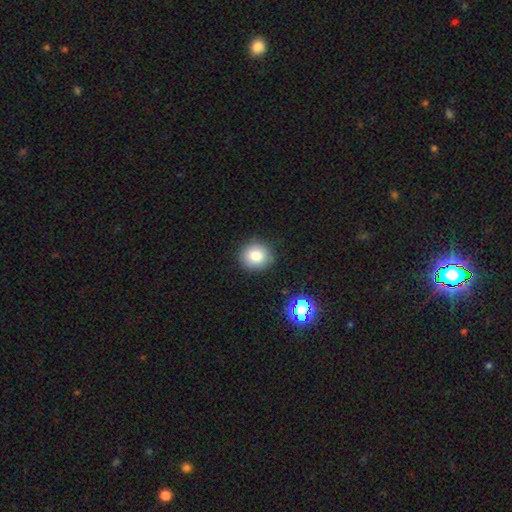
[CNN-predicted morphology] smooth_or_featured: smooth (p=0.80) [alt: star or artifact p=0.12]
how_rounded: round (p=0.86) [alt: in between p=0.13]
merging: none (p=0.89) [alt: minor disturbance p=0.07]